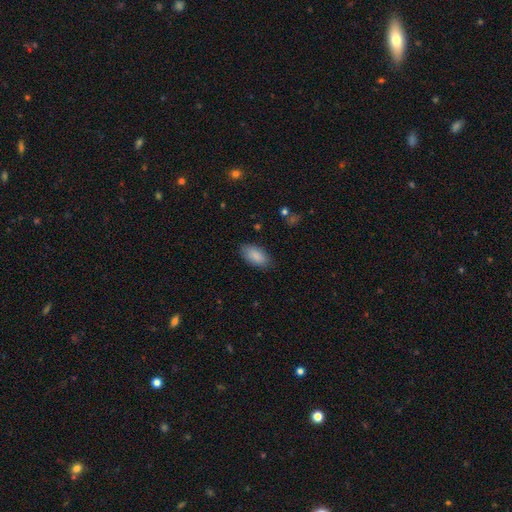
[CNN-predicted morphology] Smooth or featured?
  - smooth: 88% *
  - star or artifact: 6%
  - featured or disk: 5%
How rounded?
  - in between: 93% *
  - cigar-shaped: 4%
  - round: 3%
Merging?
  - none: 84% *
  - minor disturbance: 12%
  - major disturbance: 3%
  - merger: 1%